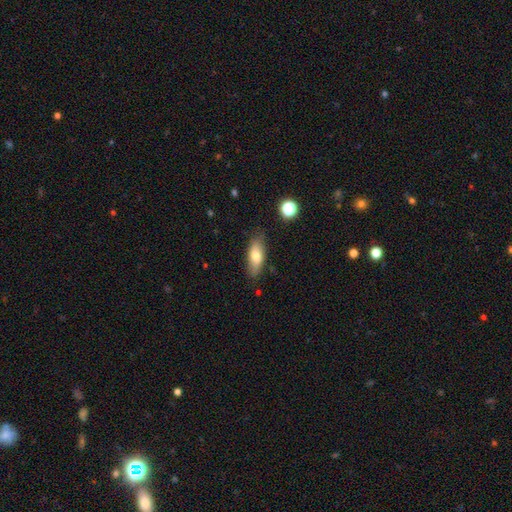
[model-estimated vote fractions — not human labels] Smooth or featured? Predicted: smooth (p=0.74). How rounded? Predicted: in between (p=0.74). Merging? Predicted: none (p=0.79).